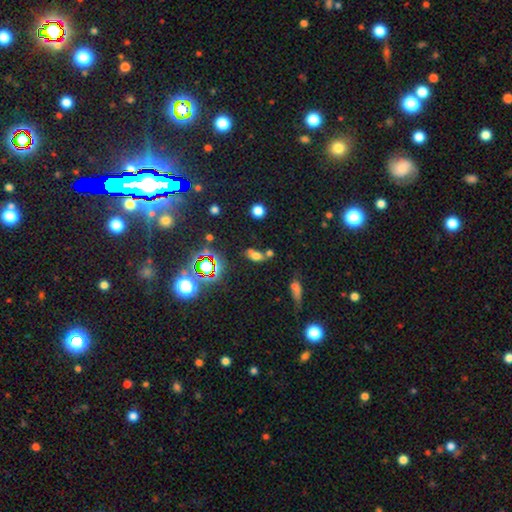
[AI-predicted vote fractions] Smooth or featured? smooth (58%)
How rounded? in between (74%)
Merging? none (47%)